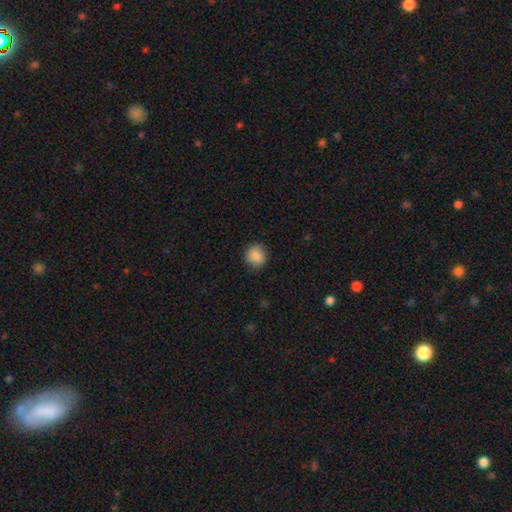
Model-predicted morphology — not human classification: Smooth or featured: smooth — 87% (star or artifact — 8%)
How rounded: round — 89% (in between — 10%)
Merging: none — 88% (minor disturbance — 9%)